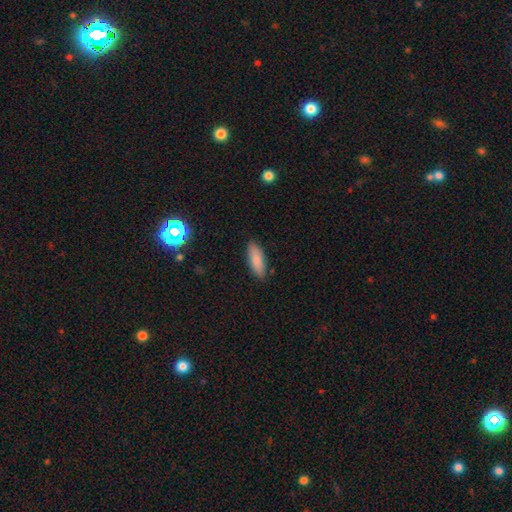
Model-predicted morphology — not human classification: Smooth or featured?
  - smooth: 84% *
  - star or artifact: 9%
  - featured or disk: 7%
How rounded?
  - in between: 55% *
  - cigar-shaped: 43%
  - round: 2%
Merging?
  - none: 88% *
  - minor disturbance: 9%
  - major disturbance: 2%
  - merger: 1%